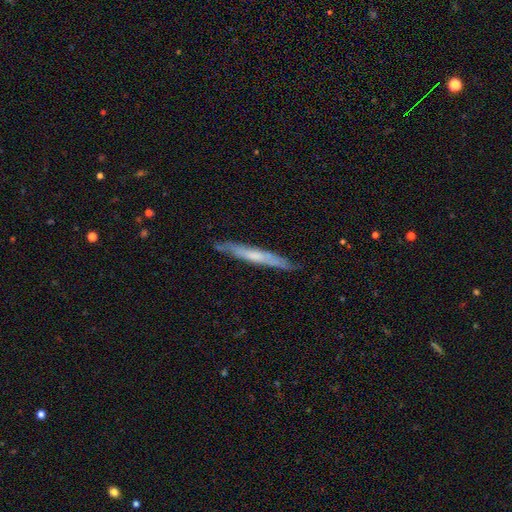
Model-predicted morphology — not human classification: Smooth or featured? Predicted: featured or disk (p=0.52). Edge-on disk? Predicted: yes (p=0.88). Merging? Predicted: none (p=0.84).